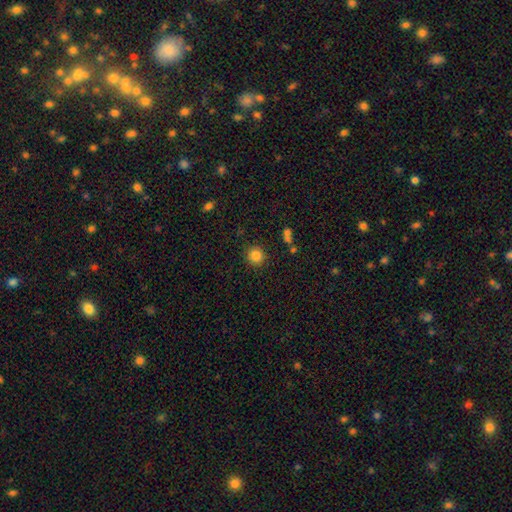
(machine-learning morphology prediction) smooth 84%, star or artifact 11%, featured or disk 5%. Down the decision tree: how rounded — round (93%); merging — none (88%).